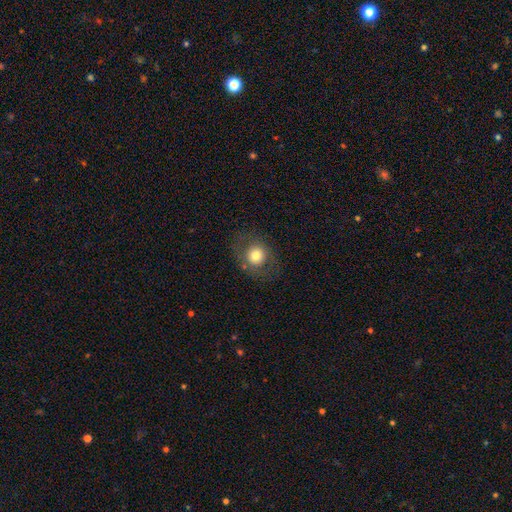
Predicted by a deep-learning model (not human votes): smooth-or-featured: smooth: 71% | featured or disk: 19% | star or artifact: 10%
  how-rounded: round: 73% | in between: 26% | cigar-shaped: 1%
  merging: none: 78% | minor disturbance: 13% | major disturbance: 8% | merger: 1%